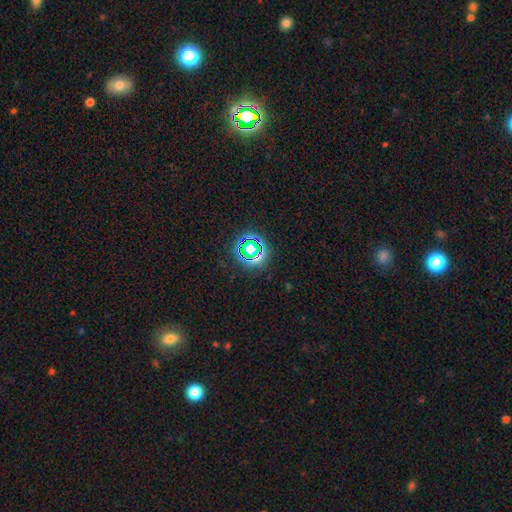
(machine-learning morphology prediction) A star or artifact, not a galaxy (67%).